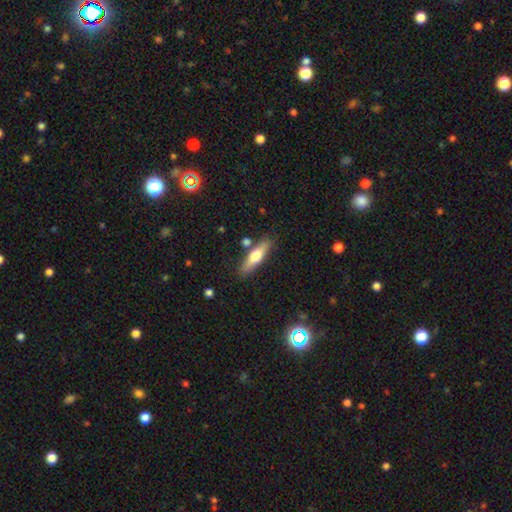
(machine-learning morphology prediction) Q: Smooth or featured?
A: smooth (54%); runner-up: featured or disk (40%)
Q: How rounded?
A: cigar-shaped (68%); runner-up: in between (30%)
Q: Merging?
A: none (80%); runner-up: minor disturbance (12%)